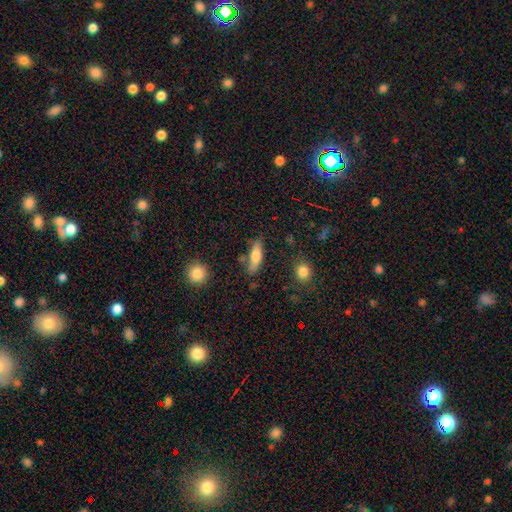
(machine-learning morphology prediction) smooth 68%, featured or disk 25%, star or artifact 7%. Down the decision tree: how rounded — cigar-shaped (51%); merging — none (74%).